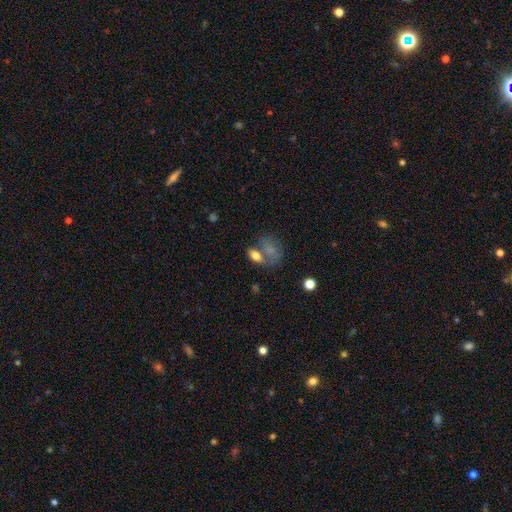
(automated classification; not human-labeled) A smooth galaxy with no disk features (76%) that is in between round and cigar-shaped (84%).

Vote fractions:
- Smooth or featured? smooth: 76% / featured or disk: 14% / star or artifact: 11%
- How rounded? in between: 84% / round: 12% / cigar-shaped: 4%
- Merging? none: 45% / merger: 30% / minor disturbance: 16% / major disturbance: 10%